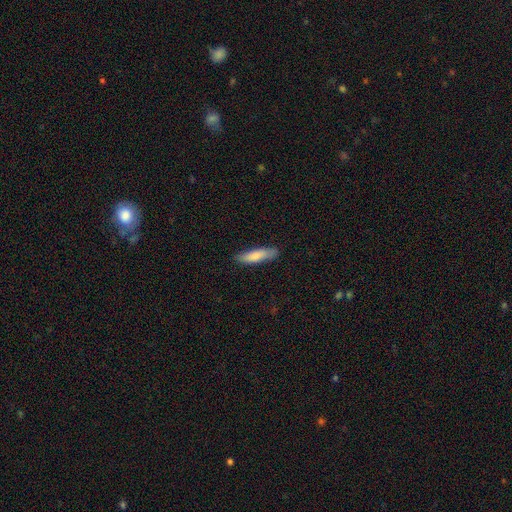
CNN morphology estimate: type=smooth (81%); roundness=cigar-shaped (72%); merging=none (85%).